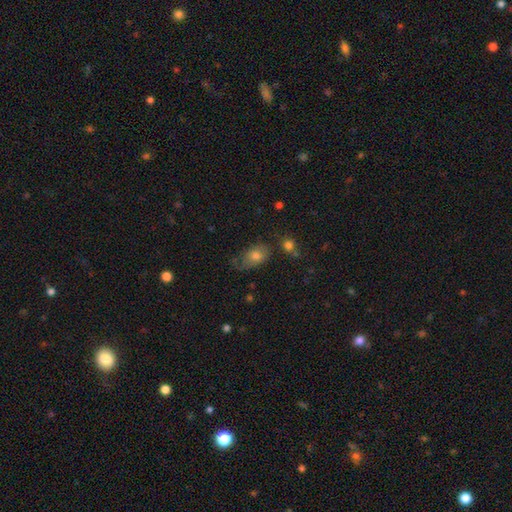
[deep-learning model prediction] smooth_or_featured: smooth (p=0.66) [alt: featured or disk p=0.20]
how_rounded: in between (p=0.81) [alt: round p=0.16]
merging: none (p=0.47) [alt: minor disturbance p=0.30]